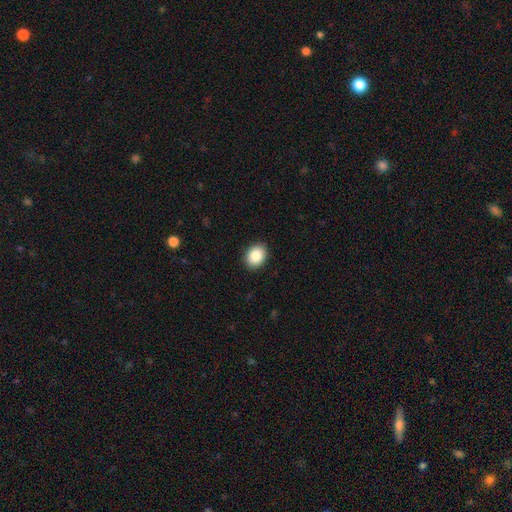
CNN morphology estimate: This appears to be a smooth galaxy with no disk features (86%) that is in between round and cigar-shaped (56%). Merging: none (91%).